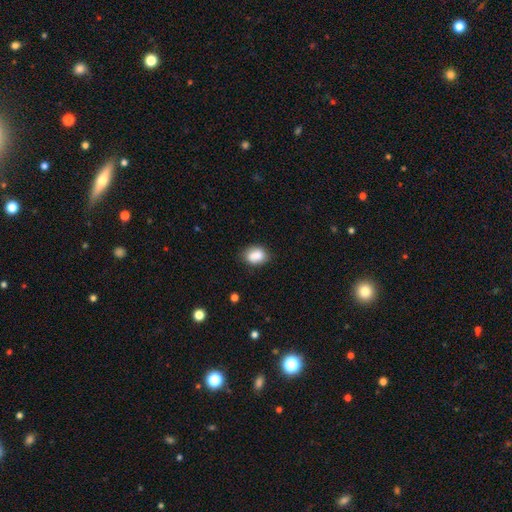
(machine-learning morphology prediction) This is clearly a smooth galaxy (86%). How rounded: likely in between (73%). Merging: likely none (76%).